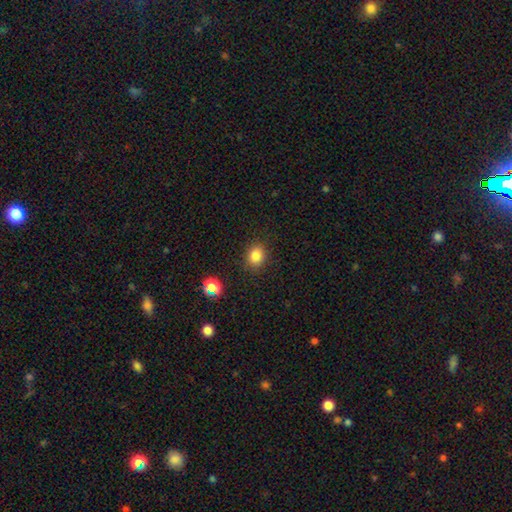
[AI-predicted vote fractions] A smooth galaxy with no disk features (83%) that is round (57%).

Vote fractions:
- Smooth or featured? smooth: 83% / star or artifact: 12% / featured or disk: 5%
- How rounded? round: 57% / in between: 42% / cigar-shaped: 1%
- Merging? none: 87% / minor disturbance: 8% / major disturbance: 3% / merger: 2%